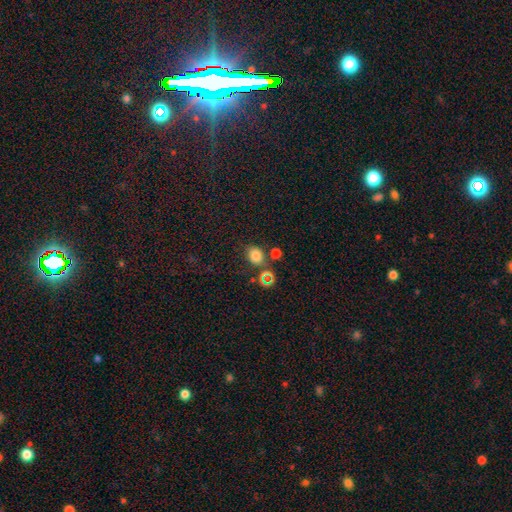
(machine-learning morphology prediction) smooth-or-featured: smooth: 76% | star or artifact: 17% | featured or disk: 6%
  how-rounded: round: 54% | in between: 45% | cigar-shaped: 1%
  merging: none: 70% | minor disturbance: 13% | merger: 12% | major disturbance: 5%